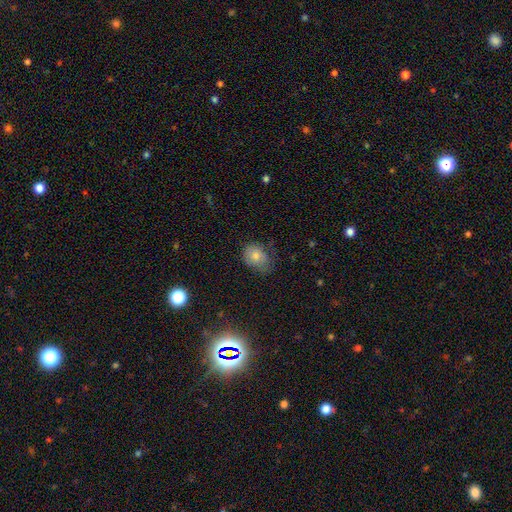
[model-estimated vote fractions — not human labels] Overall: smooth (70%). How rounded: in between (52%; round 47%). Merging: none (66%).